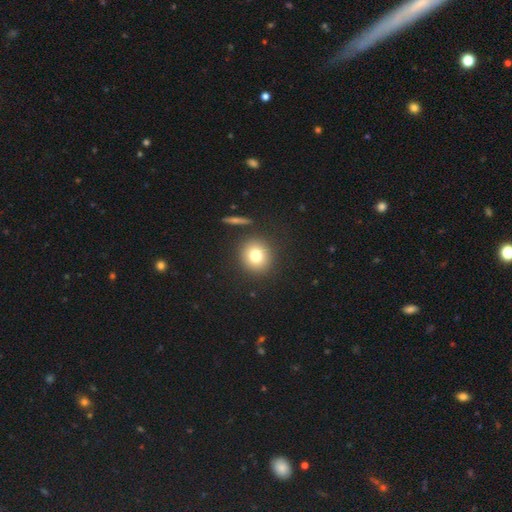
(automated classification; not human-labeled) This is likely a smooth galaxy (77%). How rounded: clearly round (89%). Merging: clearly none (87%).